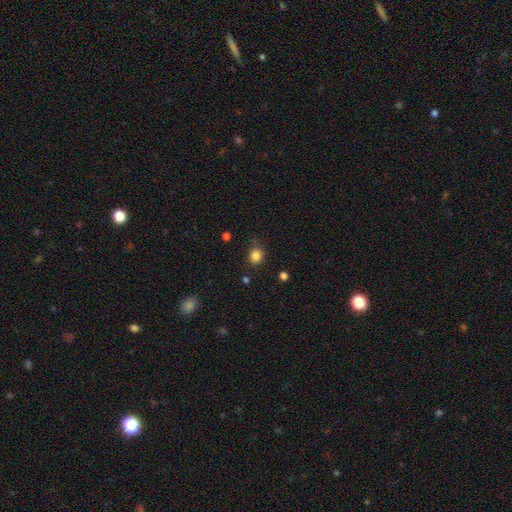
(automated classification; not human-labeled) smooth-or-featured: smooth: 84% | star or artifact: 12% | featured or disk: 4%
  how-rounded: round: 77% | in between: 22% | cigar-shaped: 1%
  merging: none: 80% | minor disturbance: 14% | major disturbance: 4% | merger: 3%